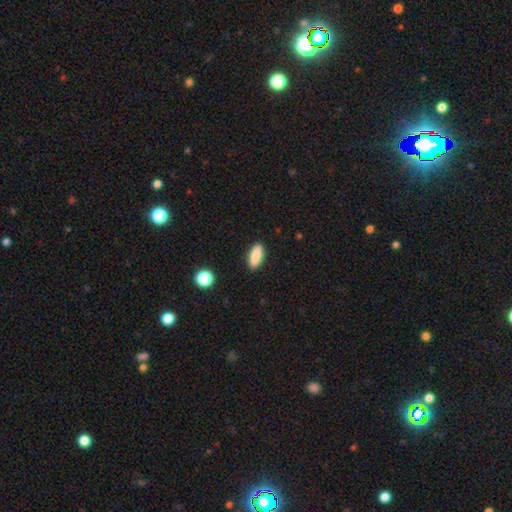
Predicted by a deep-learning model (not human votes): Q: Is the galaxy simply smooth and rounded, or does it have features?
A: smooth — 86%.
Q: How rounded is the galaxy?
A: in between — 69%.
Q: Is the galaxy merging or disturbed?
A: none — 89%.